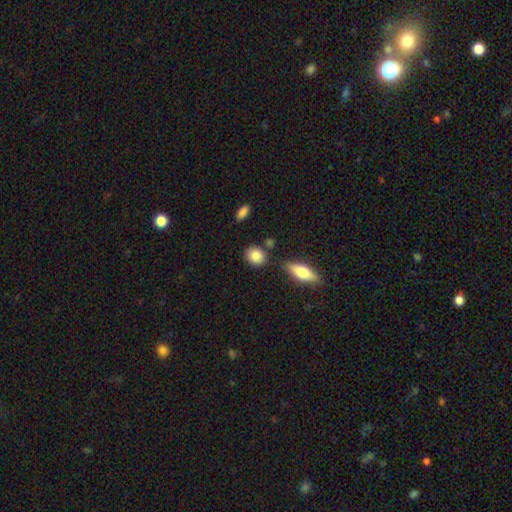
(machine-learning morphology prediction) smooth_or_featured: smooth (p=0.87) [alt: star or artifact p=0.07]
how_rounded: round (p=0.62) [alt: in between p=0.35]
merging: none (p=0.76) [alt: minor disturbance p=0.13]